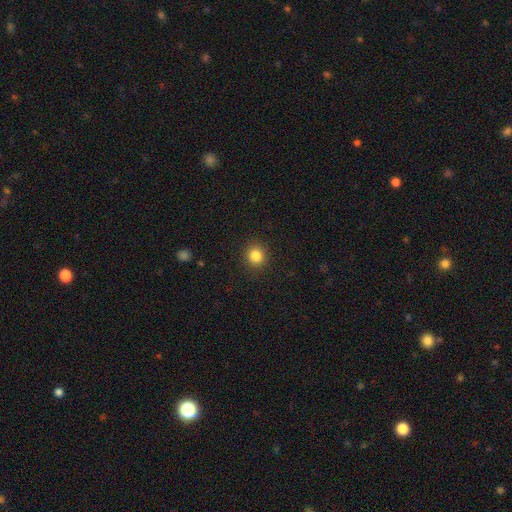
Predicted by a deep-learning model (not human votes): smooth-or-featured: smooth: 84% | star or artifact: 11% | featured or disk: 4%
  how-rounded: round: 88% | in between: 11% | cigar-shaped: 1%
  merging: none: 91% | minor disturbance: 6% | major disturbance: 2% | merger: 1%